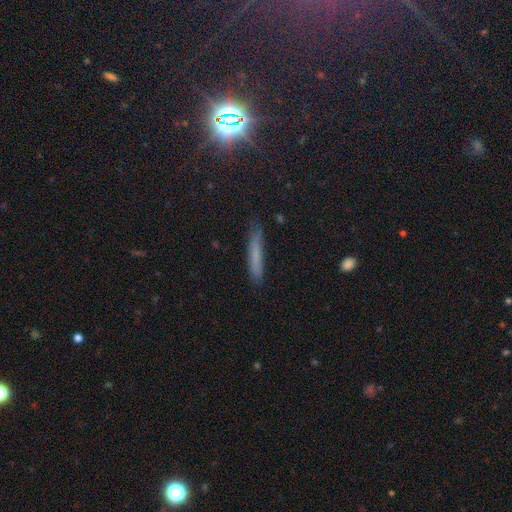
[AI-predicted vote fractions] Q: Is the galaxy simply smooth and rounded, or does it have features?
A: smooth — 66%.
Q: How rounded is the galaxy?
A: cigar-shaped — 93%.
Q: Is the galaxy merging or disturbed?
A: none — 79%.